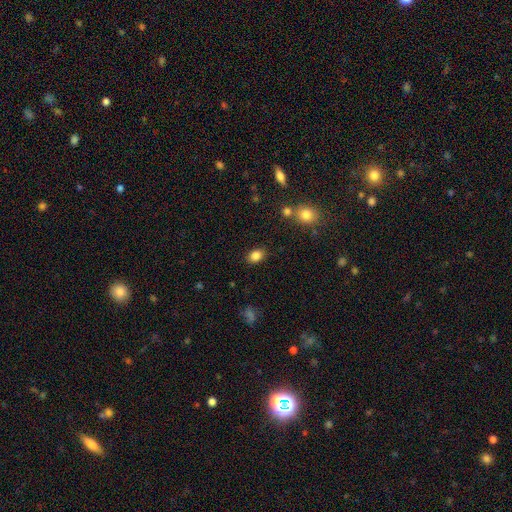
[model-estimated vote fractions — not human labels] Morphology: type=smooth (84%); roundness=in between (78%); merging=none (86%).